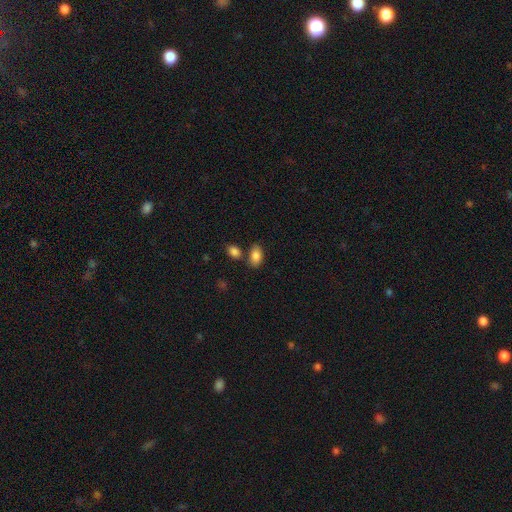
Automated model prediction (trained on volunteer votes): A smooth galaxy with no disk features (86%) that is in between round and cigar-shaped (91%). Merging: none (67%).